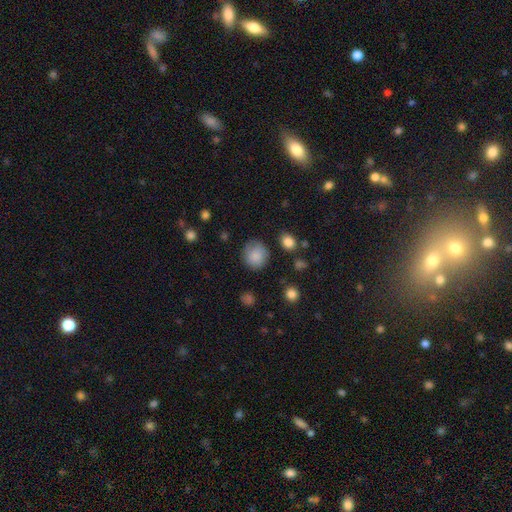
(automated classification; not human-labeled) Morphology: type=smooth (85%); roundness=round (85%); merging=none (79%).